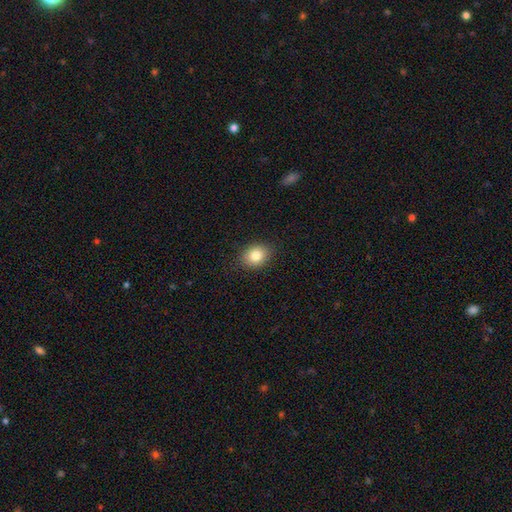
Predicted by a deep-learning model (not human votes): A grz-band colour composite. It shows a smooth galaxy with no disk features (83%) that is in between round and cigar-shaped (56%). Merging: none (87%).